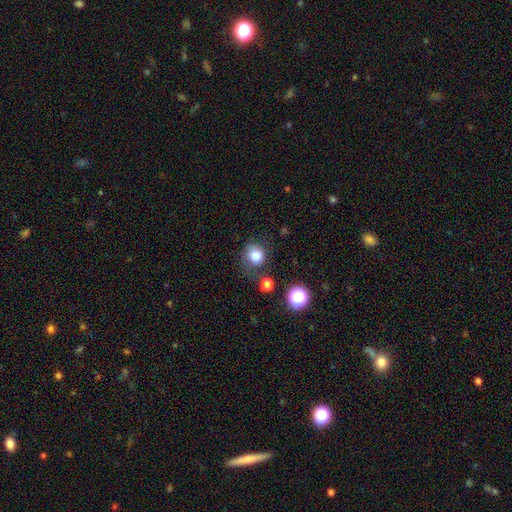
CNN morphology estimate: smooth_or_featured: smooth (p=0.78) [alt: star or artifact p=0.11]
how_rounded: round (p=0.77) [alt: in between p=0.22]
merging: none (p=0.56) [alt: minor disturbance p=0.23]